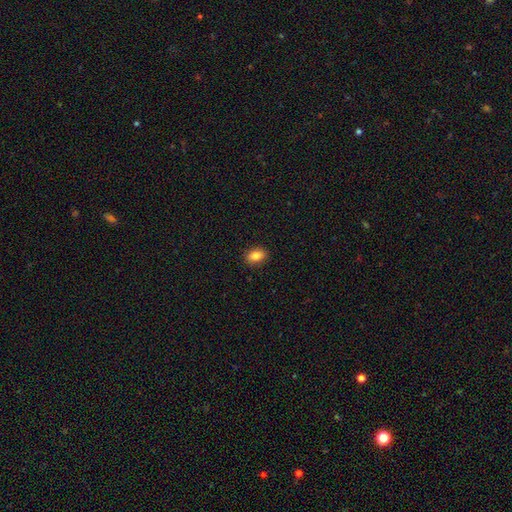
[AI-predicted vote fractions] smooth 85%, star or artifact 9%, featured or disk 6%. Down the decision tree: how rounded — in between (81%); merging — none (89%).